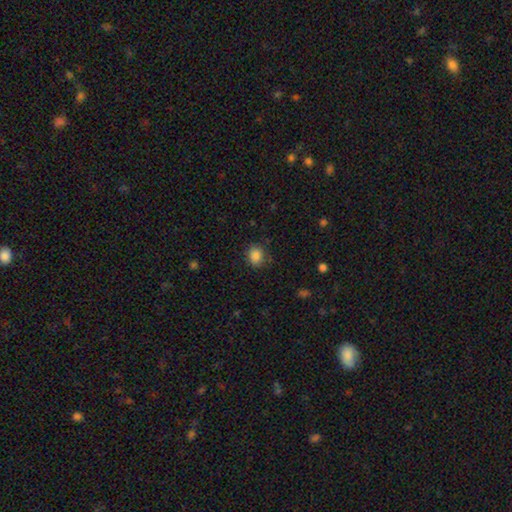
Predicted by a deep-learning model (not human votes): smooth_or_featured: smooth (p=0.86) [alt: star or artifact p=0.10]
how_rounded: round (p=0.64) [alt: in between p=0.35]
merging: none (p=0.82) [alt: minor disturbance p=0.13]